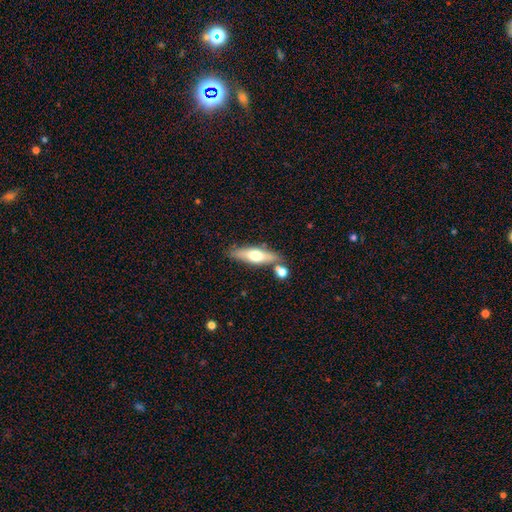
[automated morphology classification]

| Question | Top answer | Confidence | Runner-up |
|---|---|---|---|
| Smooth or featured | smooth | 50% | featured or disk (44%) |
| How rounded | cigar-shaped | 61% | in between (36%) |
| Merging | none | 73% | minor disturbance (12%) |